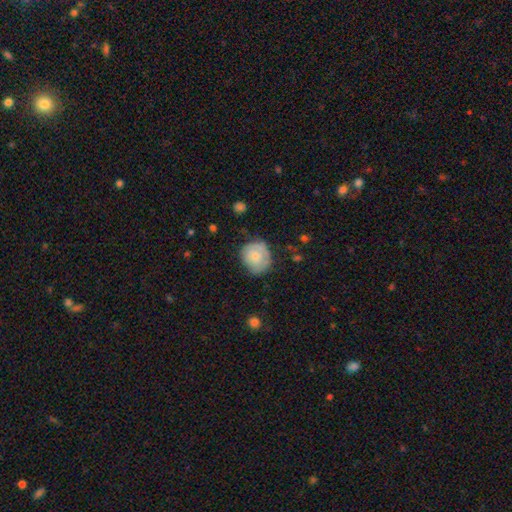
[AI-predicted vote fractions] A smooth galaxy with no disk features (70%) that is round (81%).

Vote fractions:
- Smooth or featured? smooth: 70% / featured or disk: 23% / star or artifact: 7%
- How rounded? round: 81% / in between: 18% / cigar-shaped: 1%
- Merging? none: 66% / minor disturbance: 25% / major disturbance: 7% / merger: 2%